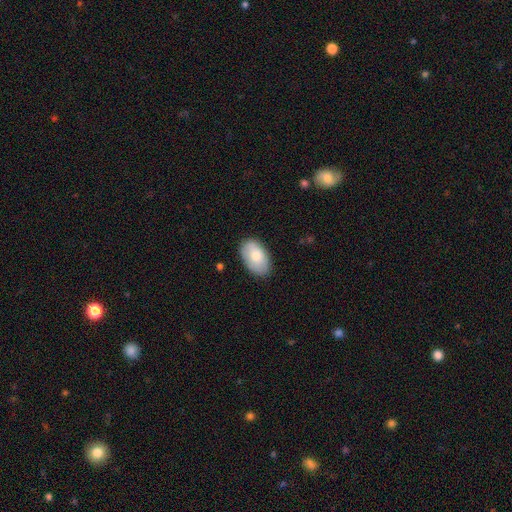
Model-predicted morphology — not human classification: This appears to be a smooth galaxy with no disk features (76%) that is in between round and cigar-shaped (93%). Merging: none (83%).